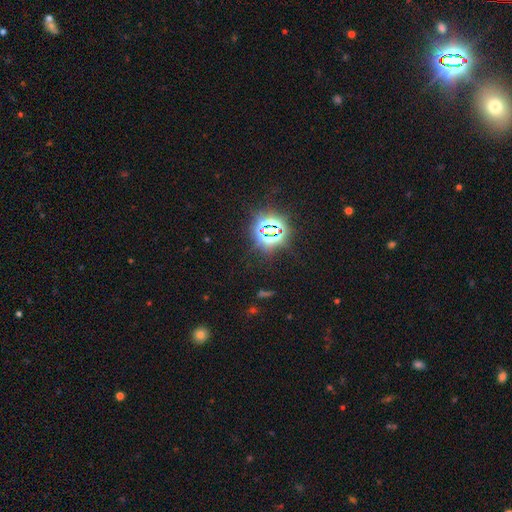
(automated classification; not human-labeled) This is clearly a star or artifact rather than a galaxy (81%).